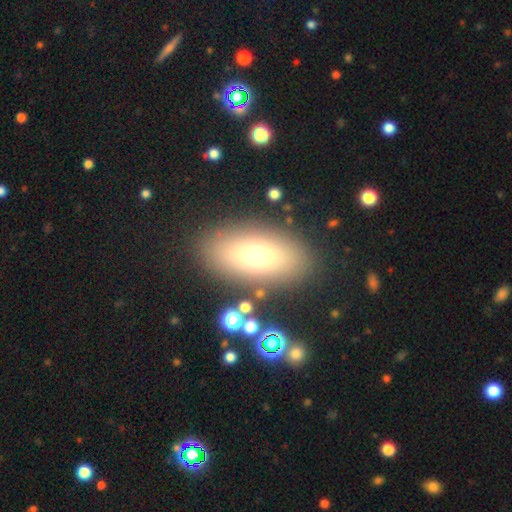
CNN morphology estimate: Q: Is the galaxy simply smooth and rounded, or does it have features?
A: smooth — 66%.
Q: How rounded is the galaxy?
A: in between — 86%.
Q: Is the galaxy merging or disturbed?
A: none — 82%.